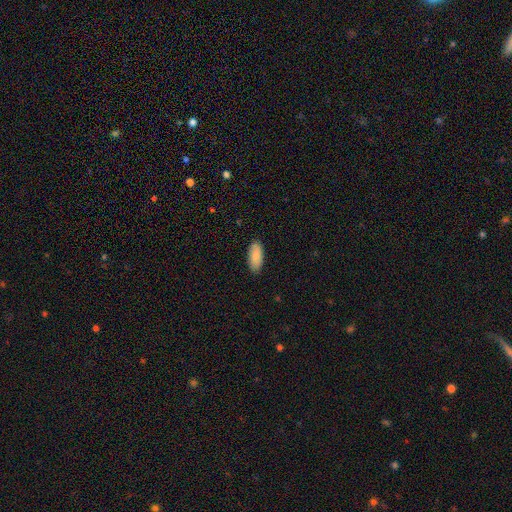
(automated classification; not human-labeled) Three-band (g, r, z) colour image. It shows a smooth galaxy with no disk features (88%) that is in between round and cigar-shaped (88%). Merging: none (88%).